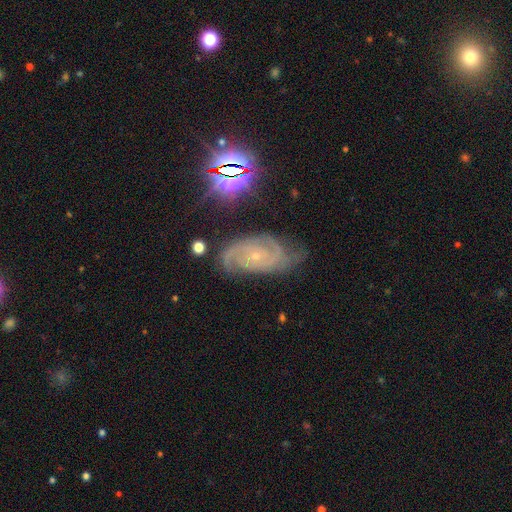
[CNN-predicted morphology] The model was most divided on "spiral arm count": 2: 44%, 3: 24%, can't tell: 16%, 4: 7%, 1: 5%, more than 4: 5%. More confident: spiral arms — yes (98%); edge-on disk — no (96%); smooth or featured — featured or disk (83%); bulge size — small (80%); bar — no (74%); merging — none (70%); spiral winding — tight (65%).